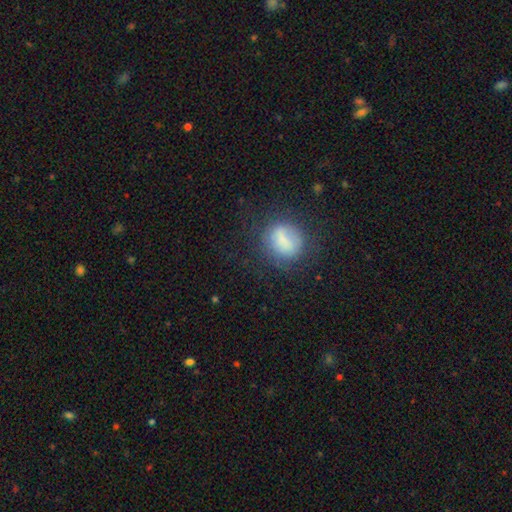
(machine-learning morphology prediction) smooth_or_featured: smooth (p=0.68) [alt: star or artifact p=0.23]
how_rounded: round (p=0.63) [alt: in between p=0.35]
merging: none (p=0.83) [alt: minor disturbance p=0.11]